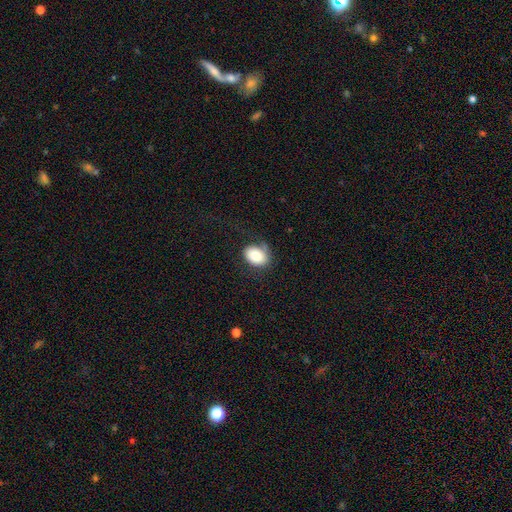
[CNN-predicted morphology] Smooth or featured? Predicted: smooth (p=0.80). How rounded? Predicted: in between (p=0.71). Merging? Predicted: none (p=0.62).